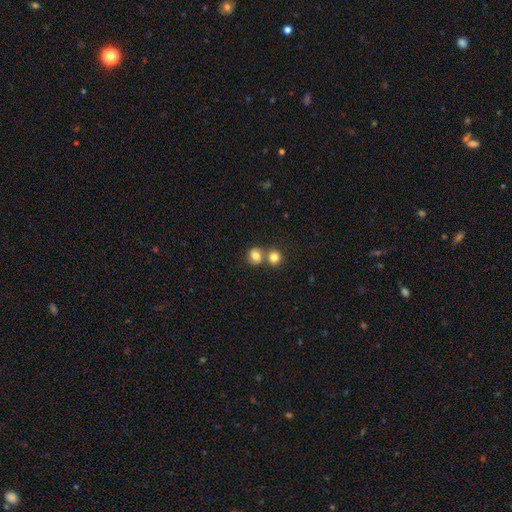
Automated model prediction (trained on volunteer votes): Morphology: type=smooth (79%); roundness=round (79%); merging=none (52%).